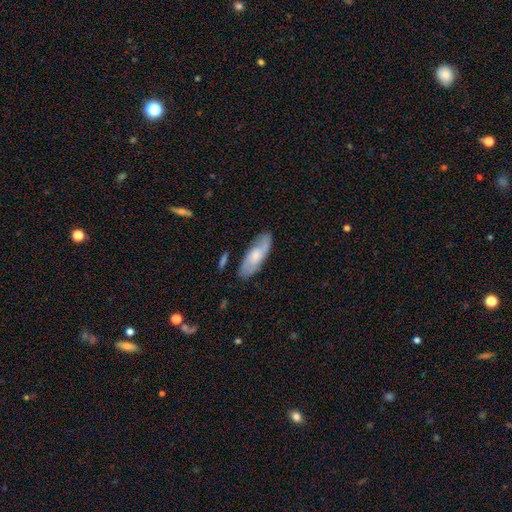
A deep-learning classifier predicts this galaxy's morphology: smooth-or-featured: smooth: 51% | featured or disk: 43% | star or artifact: 6%
  how-rounded: in between: 68% | cigar-shaped: 30% | round: 2%
  merging: none: 76% | minor disturbance: 17% | major disturbance: 4% | merger: 3%